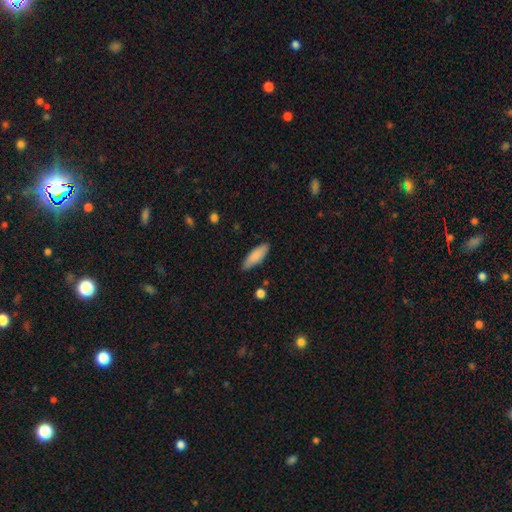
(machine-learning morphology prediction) The model was most divided on "how rounded": in between: 57%, cigar-shaped: 41%, round: 2%. More confident: smooth or featured — smooth (86%); merging — none (84%).